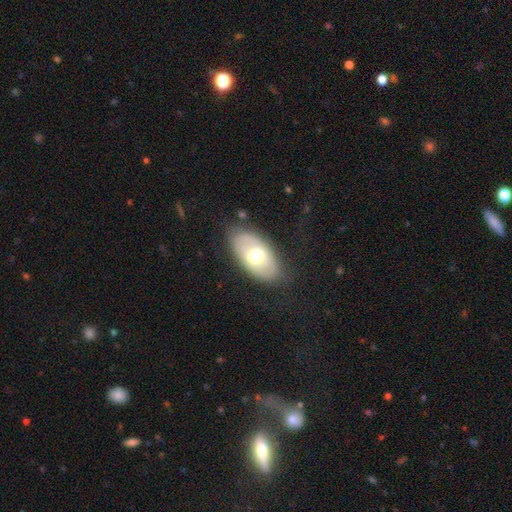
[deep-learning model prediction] Smooth or featured?
  - smooth: 53% *
  - featured or disk: 40%
  - star or artifact: 7%
How rounded?
  - in between: 92% *
  - round: 6%
  - cigar-shaped: 2%
Merging?
  - none: 79% *
  - minor disturbance: 15%
  - major disturbance: 5%
  - merger: 1%